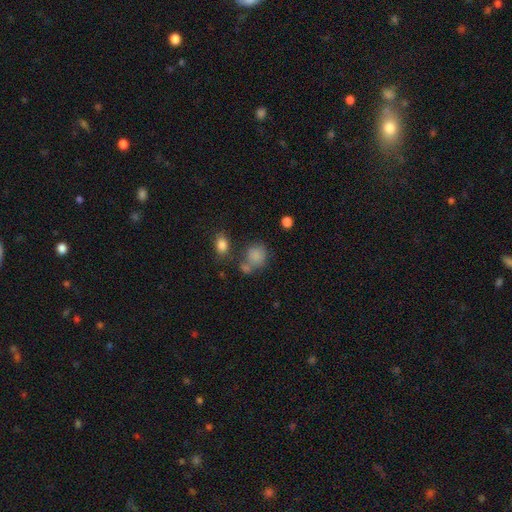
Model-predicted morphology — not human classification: Smooth or featured? Predicted: smooth (p=0.80). How rounded? Predicted: round (p=0.59). Merging? Predicted: none (p=0.47).